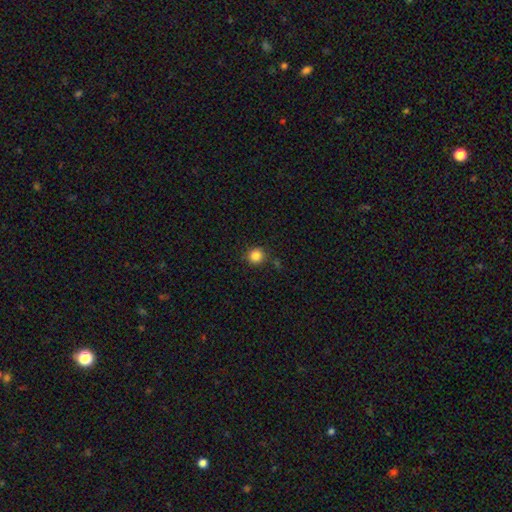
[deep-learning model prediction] smooth-or-featured: smooth: 85% | star or artifact: 11% | featured or disk: 4%
  how-rounded: round: 91% | in between: 8% | cigar-shaped: 1%
  merging: none: 85% | minor disturbance: 9% | merger: 3% | major disturbance: 3%